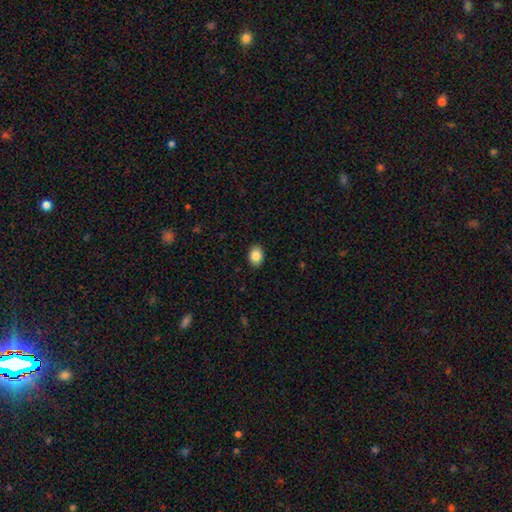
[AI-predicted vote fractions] Overall: smooth (86%). How rounded: in between (66%; round 33%). Merging: none (90%).